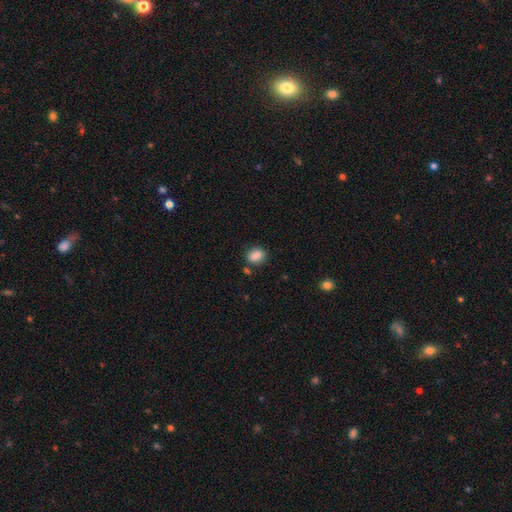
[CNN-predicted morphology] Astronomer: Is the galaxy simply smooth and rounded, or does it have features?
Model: smooth — 86%.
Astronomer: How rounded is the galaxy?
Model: in between — 60% (runner-up: round, 39%).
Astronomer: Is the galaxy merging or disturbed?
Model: none — 74%.